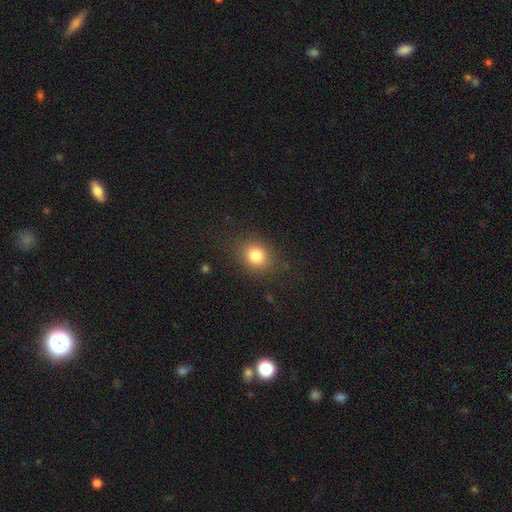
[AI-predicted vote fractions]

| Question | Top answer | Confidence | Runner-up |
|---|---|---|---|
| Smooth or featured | smooth | 81% | star or artifact (12%) |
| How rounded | round | 62% | in between (37%) |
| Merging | none | 83% | minor disturbance (11%) |